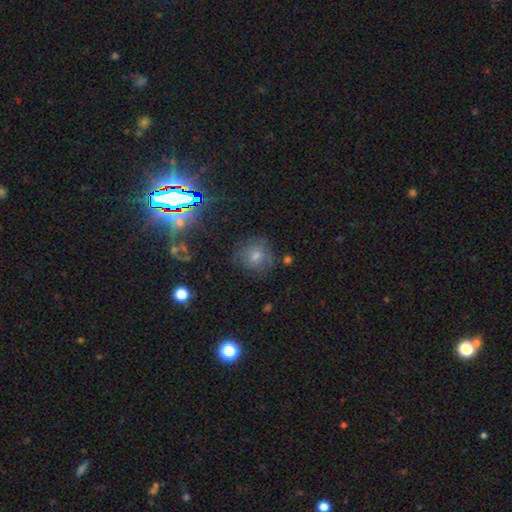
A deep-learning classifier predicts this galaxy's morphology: This appears to be a smooth galaxy with no disk features (40%). Merging: none (75%).